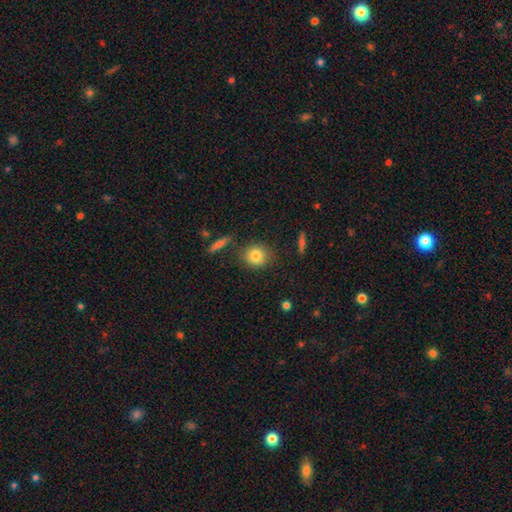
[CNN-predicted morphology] type=smooth (82%); roundness=round (82%); merging=none (83%).